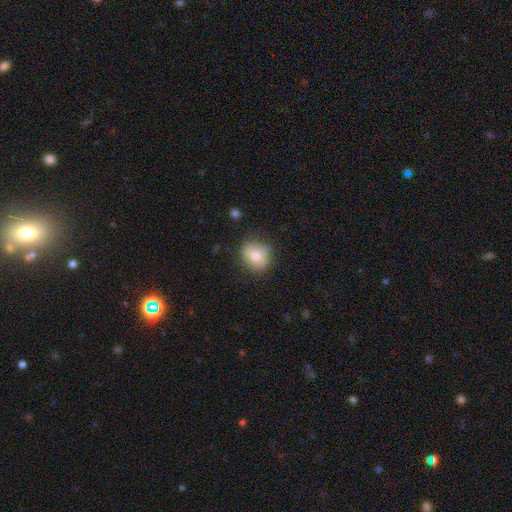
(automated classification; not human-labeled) Smooth or featured: smooth — 75% (featured or disk — 17%)
How rounded: round — 72% (in between — 27%)
Merging: none — 76% (minor disturbance — 18%)